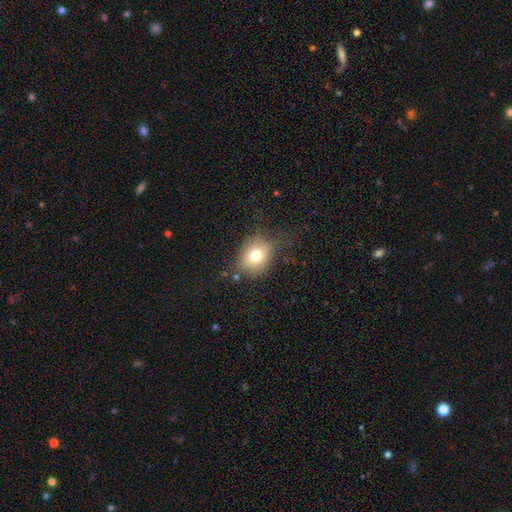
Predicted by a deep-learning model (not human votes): The model was most divided on "how rounded": round: 51%, in between: 48%, cigar-shaped: 1%. More confident: smooth or featured — smooth (72%); merging — none (65%).